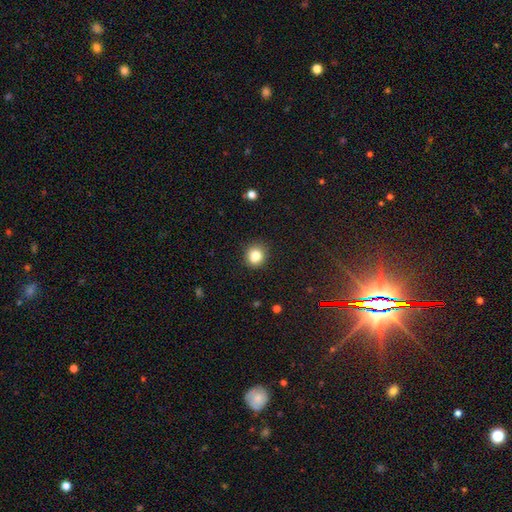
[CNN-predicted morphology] This appears to be a smooth galaxy with no disk features (83%) that is round (84%). Merging: none (87%).